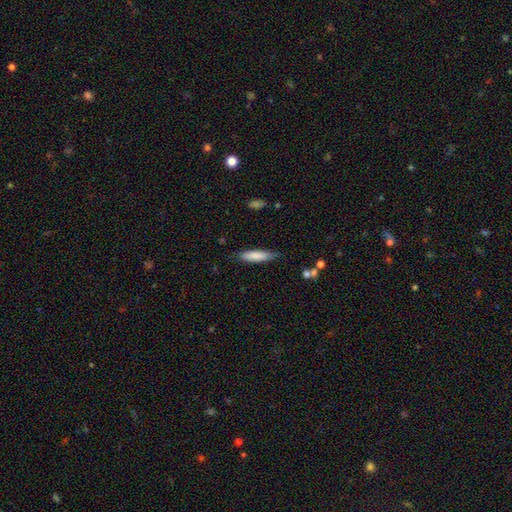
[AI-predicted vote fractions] Overall: smooth (82%). How rounded: cigar-shaped (73%). Merging: none (80%).